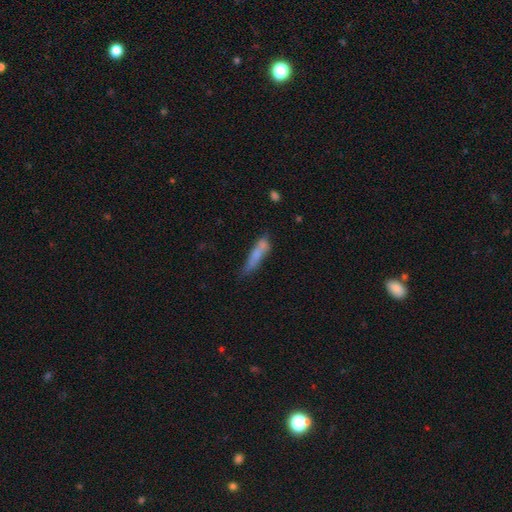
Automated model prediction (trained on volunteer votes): Q: Smooth or featured?
A: smooth (70%); runner-up: featured or disk (22%)
Q: How rounded?
A: cigar-shaped (77%); runner-up: in between (21%)
Q: Merging?
A: none (46%); runner-up: minor disturbance (27%)